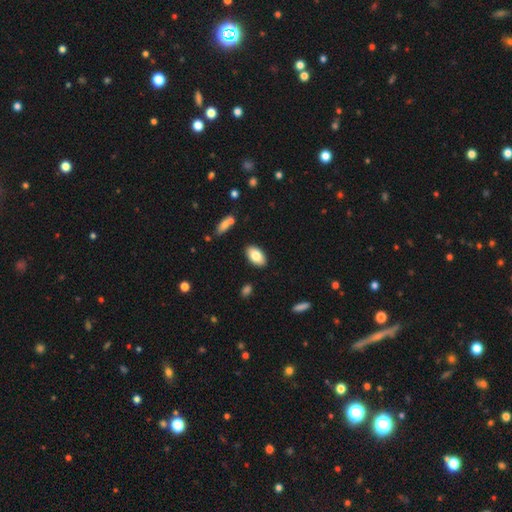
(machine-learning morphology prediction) Smooth or featured? smooth (82%)
How rounded? in between (94%)
Merging? none (87%)